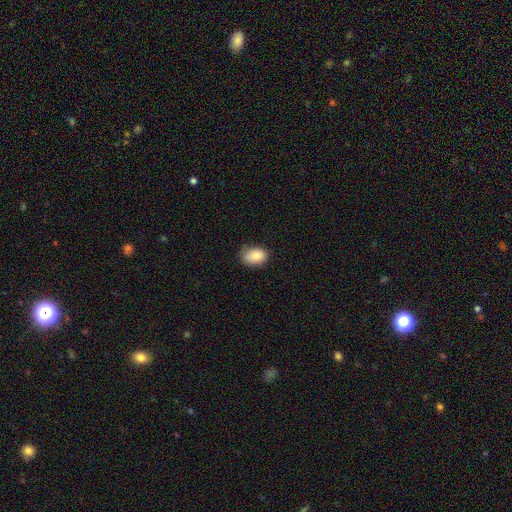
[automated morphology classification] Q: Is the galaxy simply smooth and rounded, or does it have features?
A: smooth — 86%.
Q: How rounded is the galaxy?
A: in between — 83%.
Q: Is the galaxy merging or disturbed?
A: none — 64%.